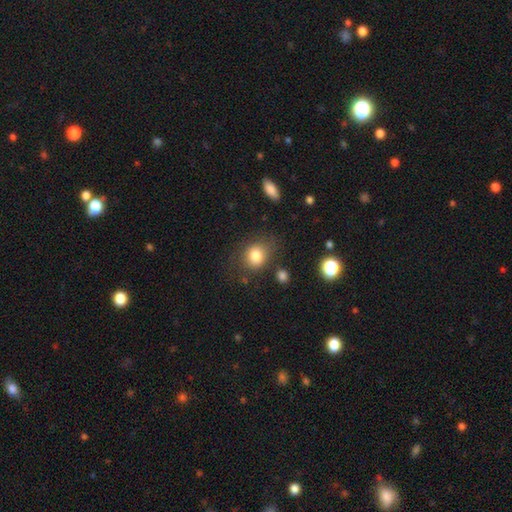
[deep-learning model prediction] Morphology: type=smooth (81%); roundness=round (61%); merging=none (70%).